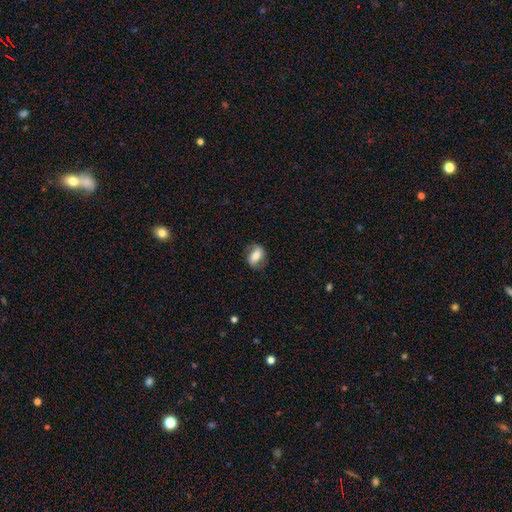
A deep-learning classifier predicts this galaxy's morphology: A smooth galaxy with no disk features (57%) that is in between round and cigar-shaped (72%).

Vote fractions:
- Smooth or featured? smooth: 57% / featured or disk: 35% / star or artifact: 8%
- How rounded? in between: 72% / round: 25% / cigar-shaped: 3%
- Merging? none: 76% / minor disturbance: 17% / major disturbance: 6% / merger: 1%